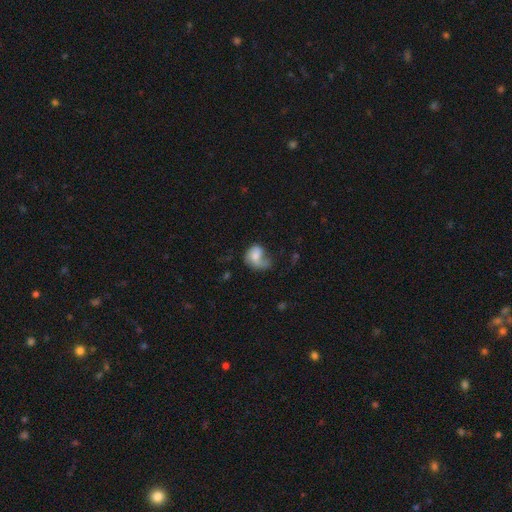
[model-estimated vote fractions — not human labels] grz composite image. It shows a smooth galaxy with no disk features (53%) that is in between round and cigar-shaped (62%). Merging: major disturbance (41%).